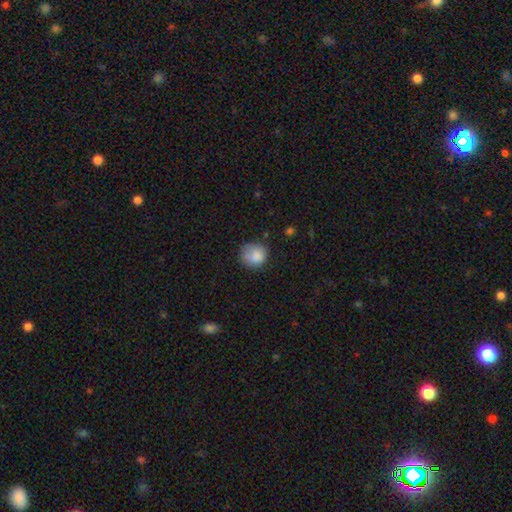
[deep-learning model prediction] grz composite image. It shows a smooth galaxy with no disk features (83%) that is round (80%). Merging: none (63%).